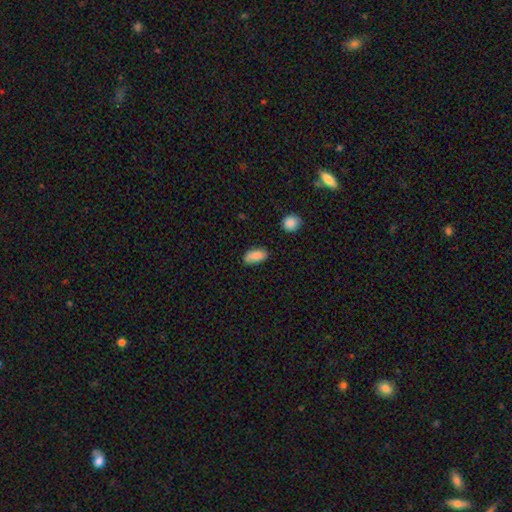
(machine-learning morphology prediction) The model was most divided on "merging": none: 73%, minor disturbance: 20%, major disturbance: 4%, merger: 3%. More confident: how rounded — in between (91%); smooth or featured — smooth (86%).